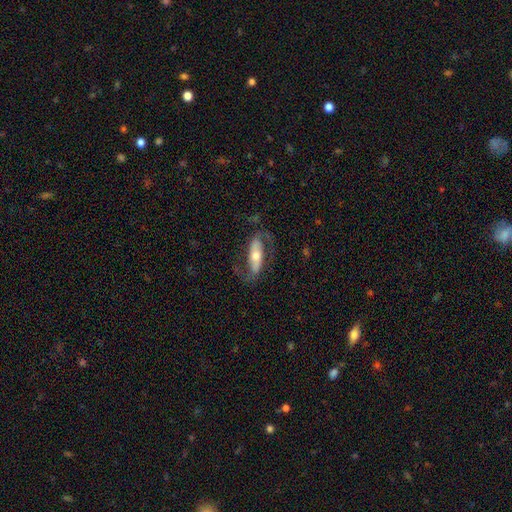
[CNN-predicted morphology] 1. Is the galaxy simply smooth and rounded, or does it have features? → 71% featured or disk, 23% smooth, 6% star or artifact.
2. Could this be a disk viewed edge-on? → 83% no, 17% yes.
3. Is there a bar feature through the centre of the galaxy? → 47% strong, 30% no, 24% weak.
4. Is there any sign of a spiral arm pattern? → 86% yes, 14% no.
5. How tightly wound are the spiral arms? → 42% medium, 40% loose, 18% tight.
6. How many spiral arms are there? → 88% 2, 6% can't tell, 4% 1, 1% 3, 1% 4, 1% more than 4.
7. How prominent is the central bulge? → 55% moderate, 32% small, 9% large, 2% dominant, 2% none.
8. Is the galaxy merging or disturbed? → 70% none, 16% minor disturbance, 13% major disturbance, 2% merger.